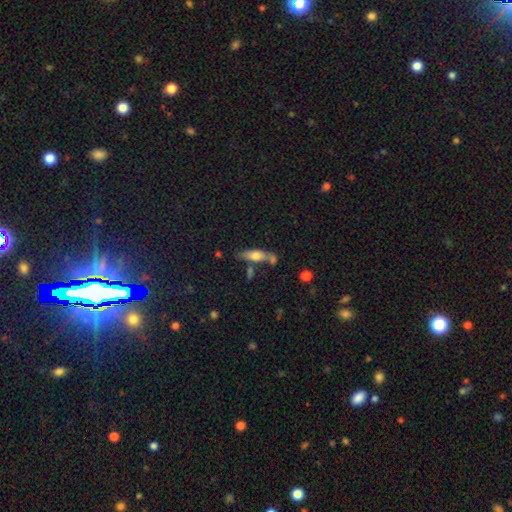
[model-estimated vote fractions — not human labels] smooth-or-featured: smooth: 56% | featured or disk: 36% | star or artifact: 8%
  how-rounded: cigar-shaped: 52% | in between: 45% | round: 3%
  merging: none: 58% | minor disturbance: 18% | merger: 18% | major disturbance: 6%